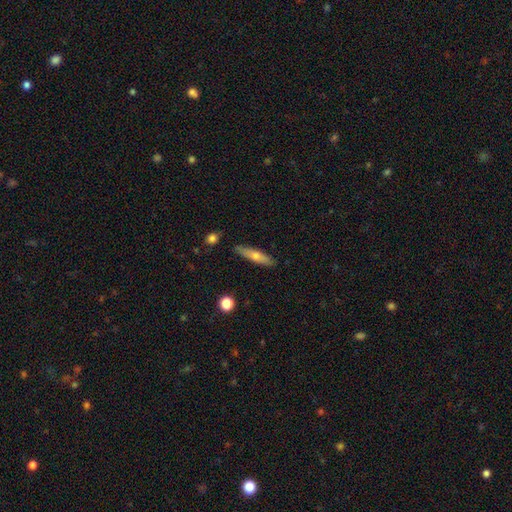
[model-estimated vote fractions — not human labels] The model was most divided on "smooth or featured": smooth: 53%, featured or disk: 40%, star or artifact: 7%. More confident: merging — none (88%); how rounded — cigar-shaped (80%).